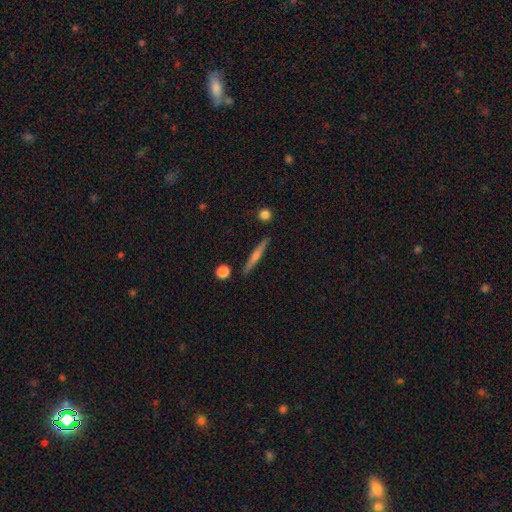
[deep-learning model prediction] This appears to be a featured or disk galaxy (58%) viewed edge-on (97%) with a rounded central bulge (75%). Merging: none (90%).